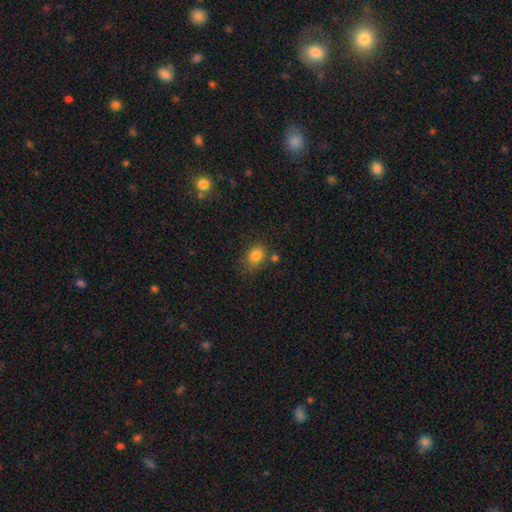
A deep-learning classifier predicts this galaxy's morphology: type=smooth (82%); roundness=in between (62%); merging=none (66%).